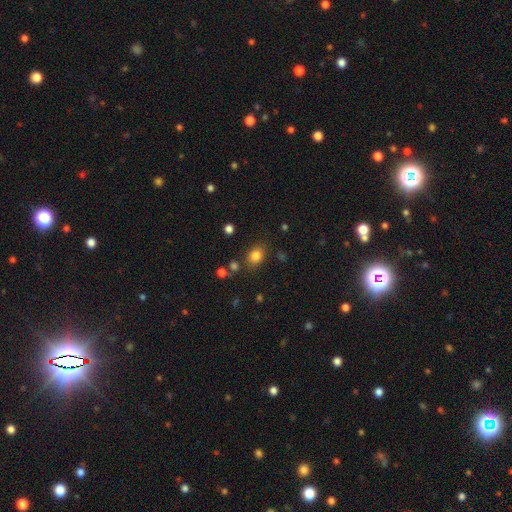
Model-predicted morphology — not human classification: Smooth or featured?
  - smooth: 82% *
  - star or artifact: 12%
  - featured or disk: 6%
How rounded?
  - in between: 54% *
  - round: 45%
  - cigar-shaped: 1%
Merging?
  - none: 78% *
  - minor disturbance: 13%
  - merger: 5%
  - major disturbance: 4%